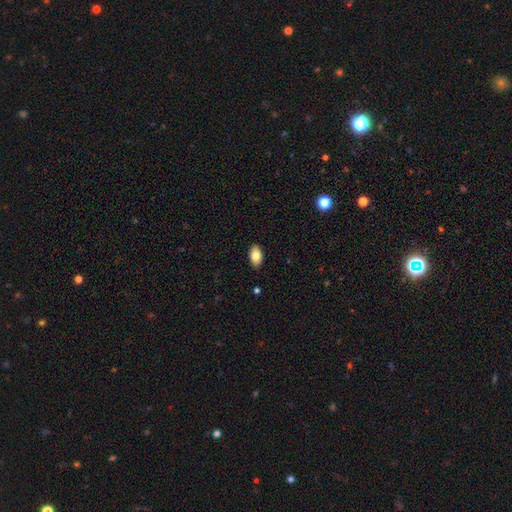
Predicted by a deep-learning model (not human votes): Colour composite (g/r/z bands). It shows a smooth galaxy with no disk features (81%) that is in between round and cigar-shaped (93%). Merging: none (88%).